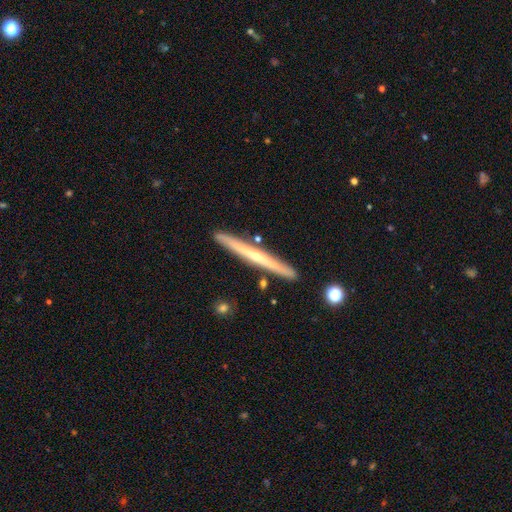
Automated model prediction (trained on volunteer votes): Smooth or featured?
  - featured or disk: 67% *
  - smooth: 27%
  - star or artifact: 6%
Edge-on disk?
  - yes: 97% *
  - no: 3%
Edge-on bulge?
  - rounded: 63% *
  - none: 35%
  - boxy: 3%
Merging?
  - none: 89% *
  - minor disturbance: 7%
  - merger: 3%
  - major disturbance: 1%